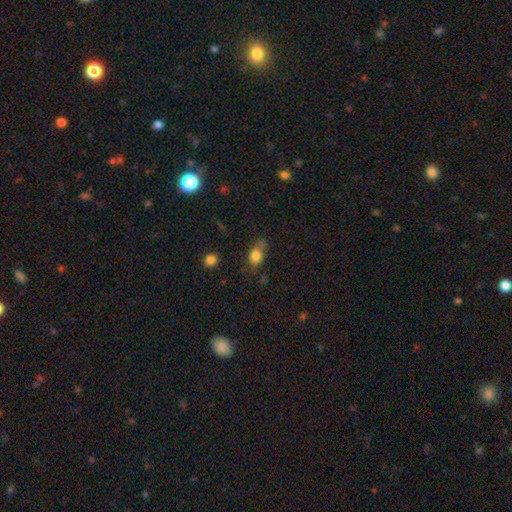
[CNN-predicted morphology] Smooth or featured? smooth (81%)
How rounded? in between (68%)
Merging? none (57%)